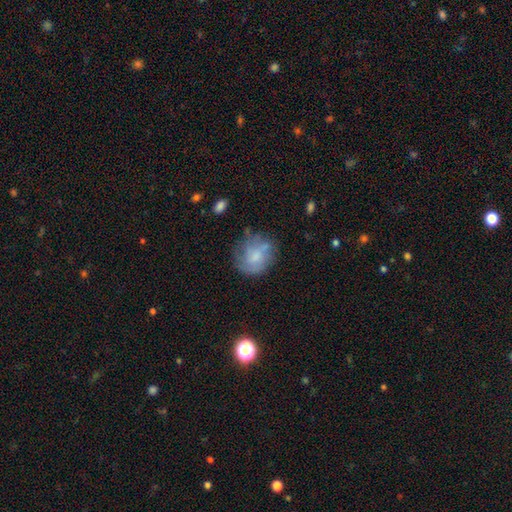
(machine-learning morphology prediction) Q: Smooth or featured?
A: smooth (54%); runner-up: featured or disk (36%)
Q: How rounded?
A: round (76%); runner-up: in between (23%)
Q: Merging?
A: none (59%); runner-up: minor disturbance (24%)